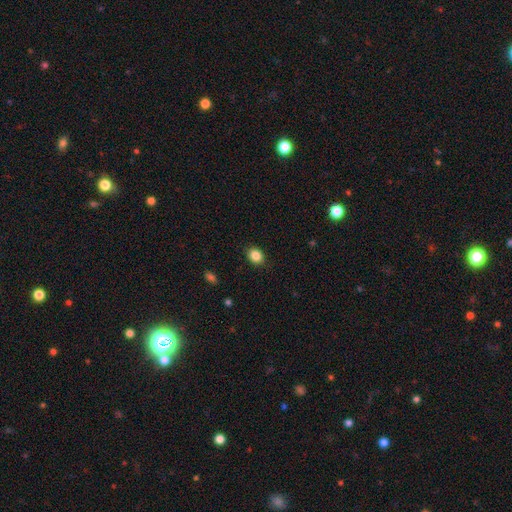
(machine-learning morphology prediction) smooth 86%, star or artifact 10%, featured or disk 5%. Down the decision tree: how rounded — in between (51%); merging — none (87%).